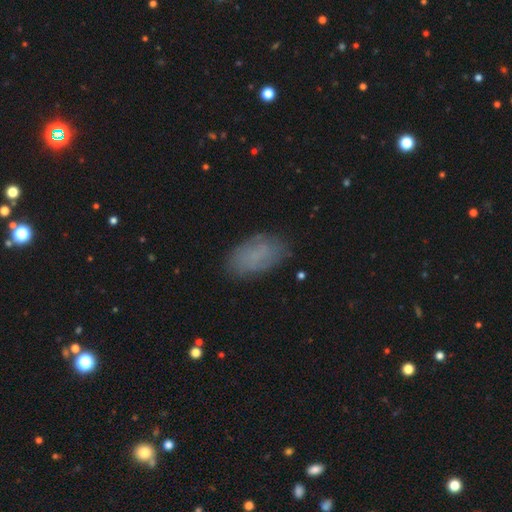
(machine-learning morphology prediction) smooth_or_featured: smooth (p=0.70) [alt: featured or disk p=0.19]
how_rounded: in between (p=0.93) [alt: round p=0.04]
merging: none (p=0.79) [alt: minor disturbance p=0.15]